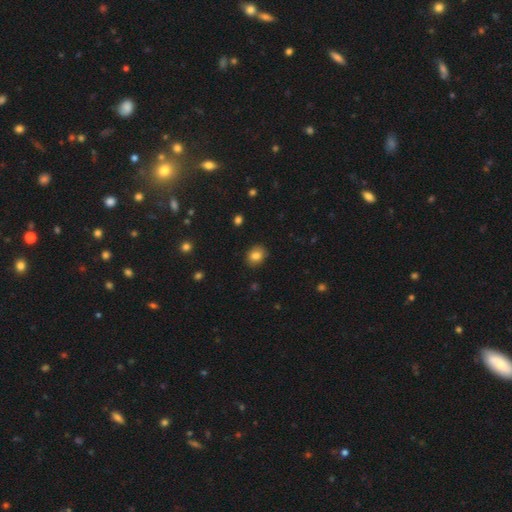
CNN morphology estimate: The model was most divided on "how rounded": round: 56%, in between: 43%, cigar-shaped: 1%. More confident: merging — none (87%); smooth or featured — smooth (83%).